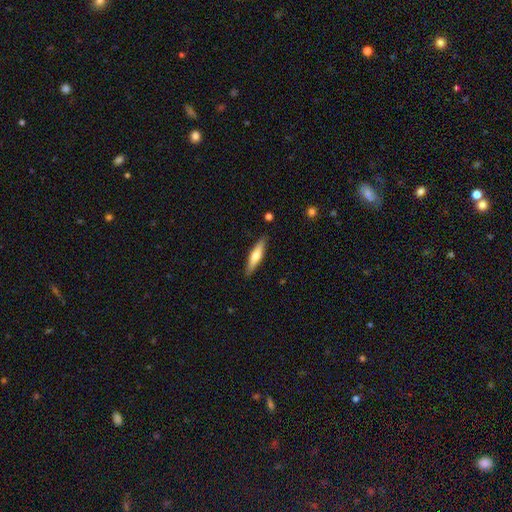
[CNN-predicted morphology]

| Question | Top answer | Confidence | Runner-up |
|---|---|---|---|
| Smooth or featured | smooth | 53% | featured or disk (42%) |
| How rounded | cigar-shaped | 79% | in between (19%) |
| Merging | none | 88% | minor disturbance (9%) |